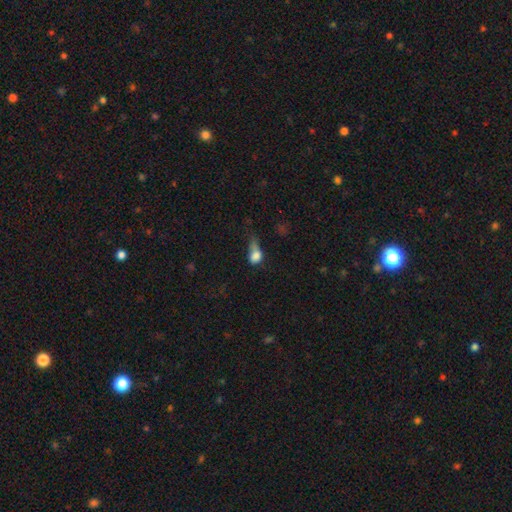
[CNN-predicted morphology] This is likely a smooth galaxy (73%). How rounded: likely in between (68%). Merging: marginally major disturbance (43%).